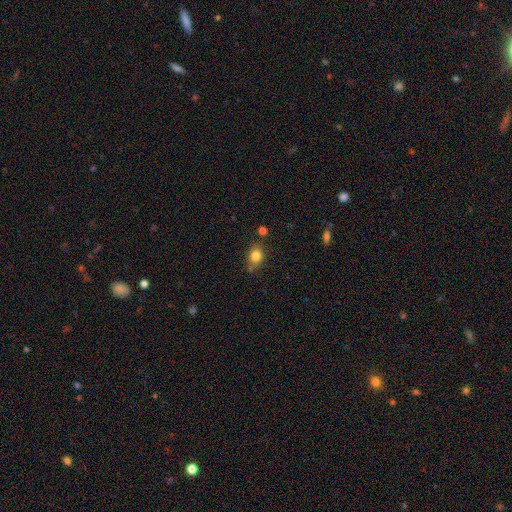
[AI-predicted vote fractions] A smooth galaxy with no disk features (81%) that is round (54%). Merging: none (69%).